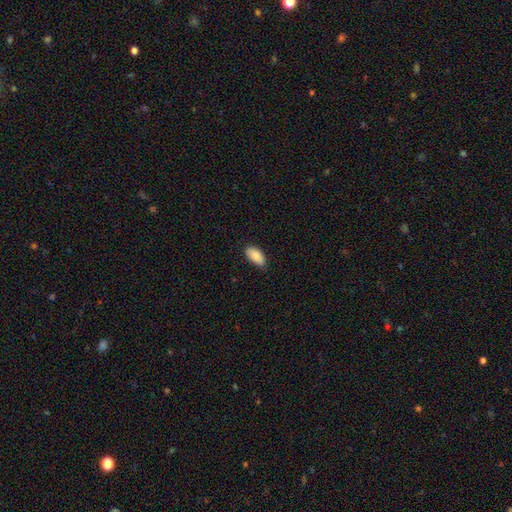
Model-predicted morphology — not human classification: A smooth galaxy with no disk features (87%) that is in between round and cigar-shaped (94%). Merging: none (82%).